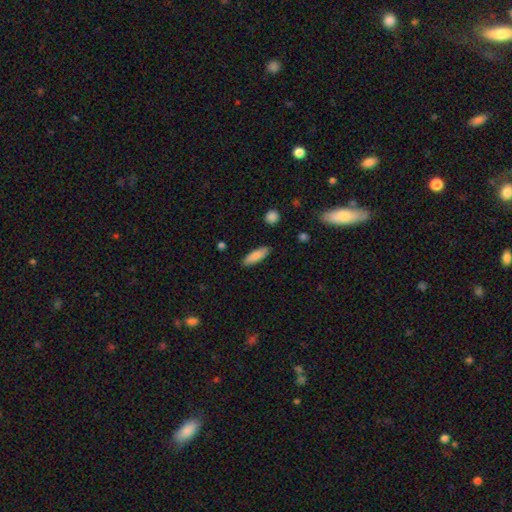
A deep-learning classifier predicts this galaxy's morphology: Smooth or featured? Predicted: smooth (p=0.85). How rounded? Predicted: in between (p=0.53). Merging? Predicted: none (p=0.88).